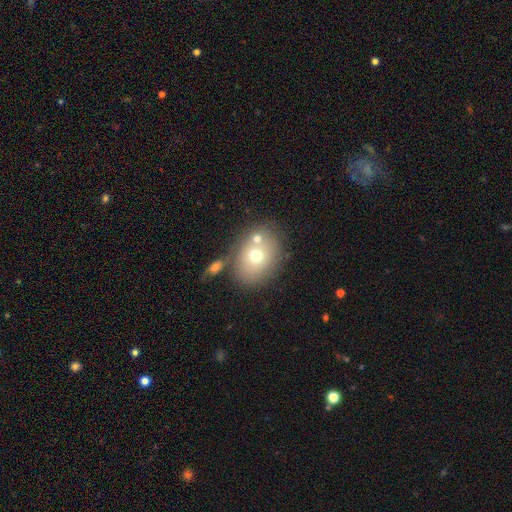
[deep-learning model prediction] Smooth or featured: smooth — 66% (featured or disk — 23%)
How rounded: in between — 56% (round — 43%)
Merging: none — 57% (merger — 25%)